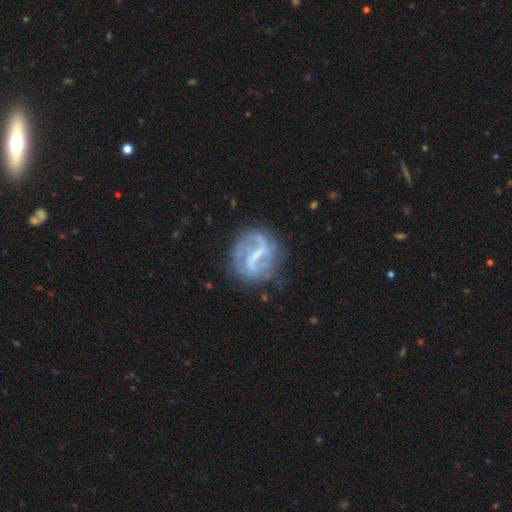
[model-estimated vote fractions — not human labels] Smooth or featured?
  - featured or disk: 80% *
  - smooth: 12%
  - star or artifact: 7%
Edge-on disk?
  - no: 97% *
  - yes: 3%
Bar?
  - strong: 58% *
  - weak: 33%
  - no: 9%
Spiral arms?
  - yes: 78% *
  - no: 22%
Spiral winding?
  - loose: 43% *
  - medium: 36%
  - tight: 21%
Spiral arm count?
  - 2: 71% *
  - can't tell: 16%
  - 1: 6%
  - 3: 3%
  - 4: 2%
  - more than 4: 2%
Bulge size?
  - small: 42% *
  - none: 35%
  - moderate: 20%
  - large: 3%
  - dominant: 1%
Merging?
  - none: 66% *
  - minor disturbance: 19%
  - major disturbance: 12%
  - merger: 3%